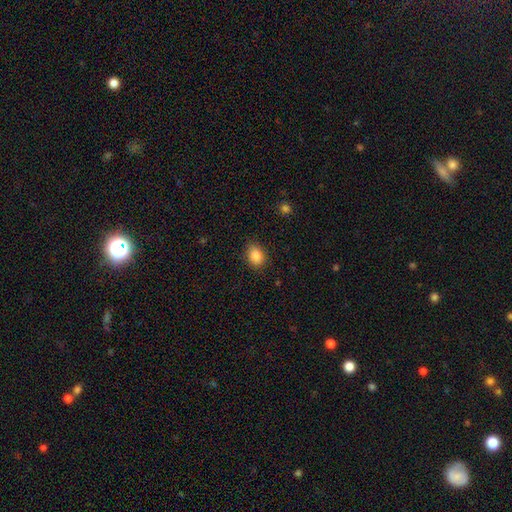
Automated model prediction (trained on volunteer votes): Smooth or featured?
  - smooth: 87% *
  - star or artifact: 9%
  - featured or disk: 4%
How rounded?
  - in between: 70% *
  - round: 29%
  - cigar-shaped: 1%
Merging?
  - none: 84% *
  - minor disturbance: 12%
  - major disturbance: 3%
  - merger: 1%